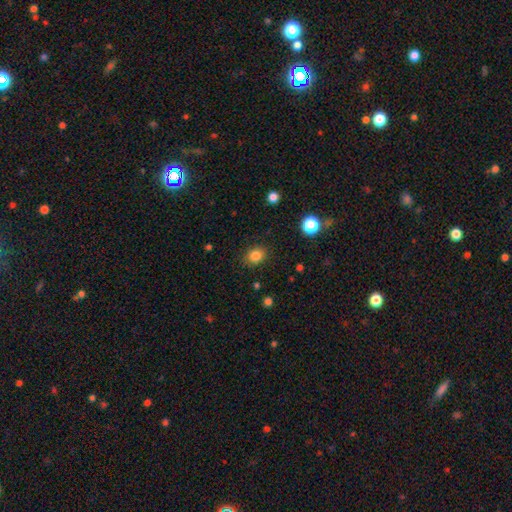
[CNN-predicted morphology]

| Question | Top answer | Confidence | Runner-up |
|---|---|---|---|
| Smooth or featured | smooth | 83% | star or artifact (12%) |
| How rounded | round | 64% | in between (35%) |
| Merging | none | 87% | minor disturbance (9%) |